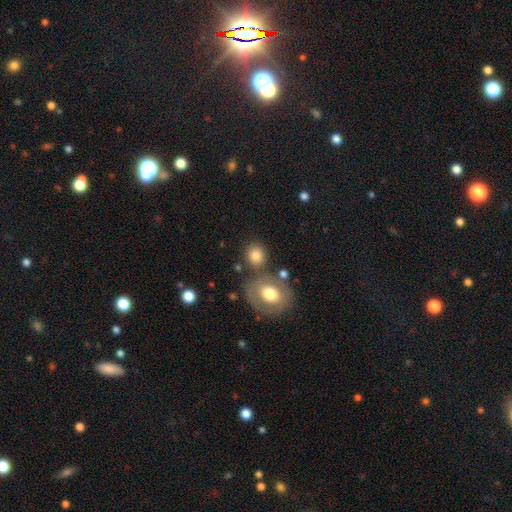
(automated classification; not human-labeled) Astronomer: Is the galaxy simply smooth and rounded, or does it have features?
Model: smooth — 80%.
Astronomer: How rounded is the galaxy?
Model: round — 75%.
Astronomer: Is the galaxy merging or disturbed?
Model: none — 70%.